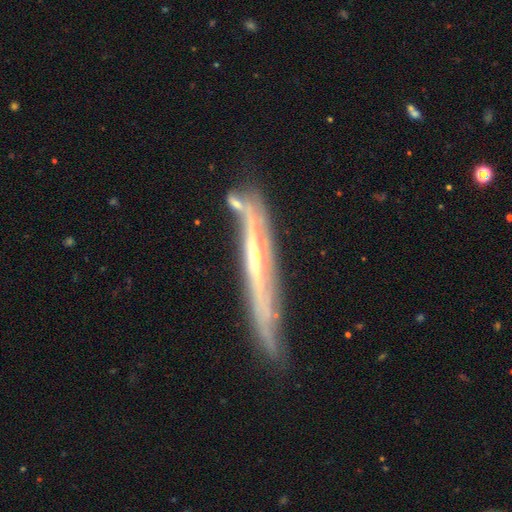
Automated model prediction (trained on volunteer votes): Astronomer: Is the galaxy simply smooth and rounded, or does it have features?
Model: featured or disk — 80%.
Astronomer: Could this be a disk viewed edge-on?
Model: yes — 82%.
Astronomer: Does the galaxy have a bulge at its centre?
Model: rounded — 54% (runner-up: none, 41%).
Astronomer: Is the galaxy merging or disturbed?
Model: none — 61%.